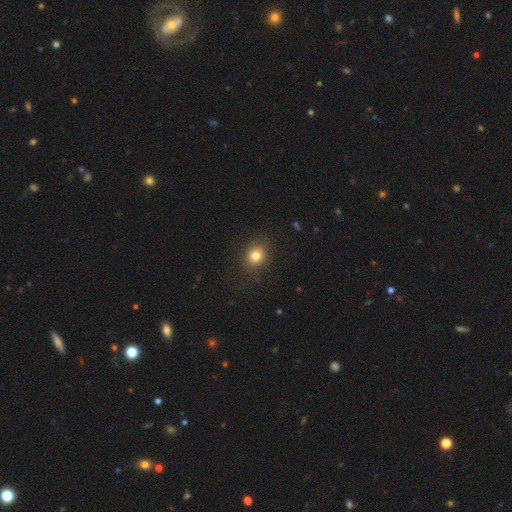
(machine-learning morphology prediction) This appears to be a smooth galaxy with no disk features (81%) that is round (77%). Merging: none (86%).